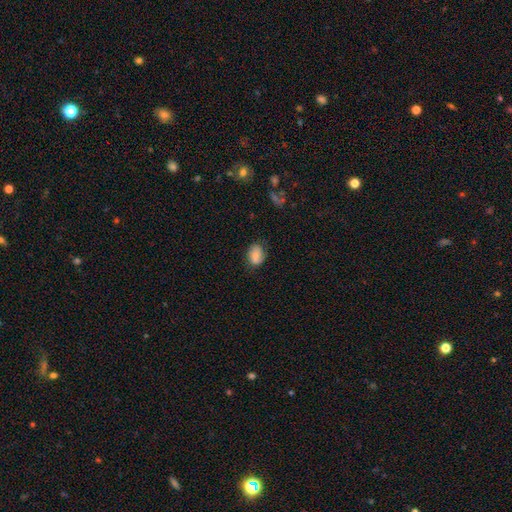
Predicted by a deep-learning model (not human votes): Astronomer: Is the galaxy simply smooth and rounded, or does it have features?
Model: smooth — 71%.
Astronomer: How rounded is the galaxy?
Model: in between — 72%.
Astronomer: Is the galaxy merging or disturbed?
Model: none — 68%.